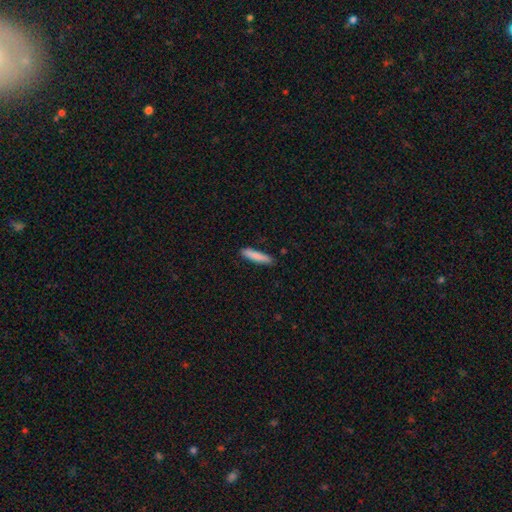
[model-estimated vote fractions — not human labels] A smooth galaxy with no disk features (84%) that is cigar-shaped (88%).

Vote fractions:
- Smooth or featured? smooth: 84% / featured or disk: 10% / star or artifact: 6%
- How rounded? cigar-shaped: 88% / in between: 11% / round: 1%
- Merging? none: 87% / minor disturbance: 10% / major disturbance: 2% / merger: 1%